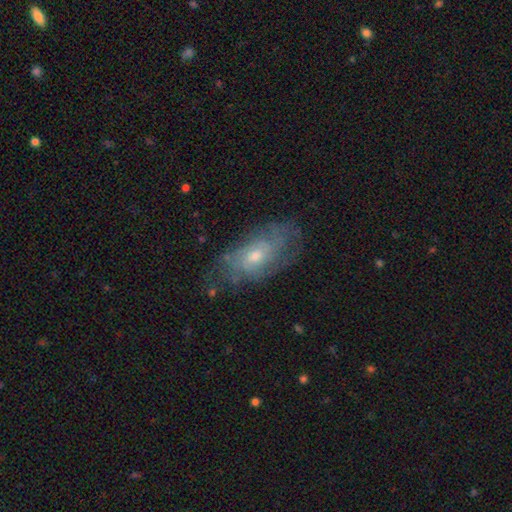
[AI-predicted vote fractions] Overall: featured or disk (64%; smooth 29%). Edge-on disk: no (92%). Bar: no (74%). Spiral arms: yes (74%). Bulge size: moderate (54%; small 39%). Merging: none (63%; minor disturbance 23%).